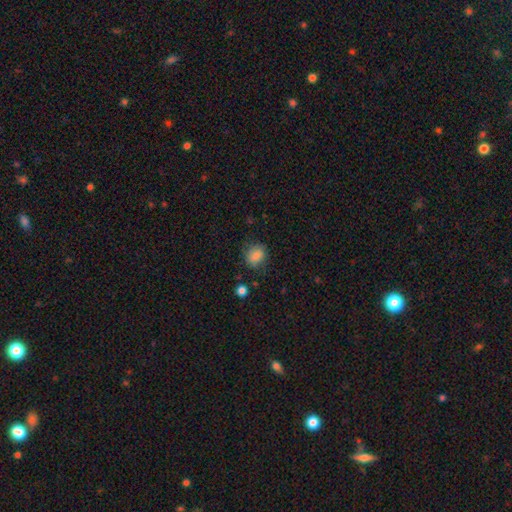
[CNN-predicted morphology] Q: Smooth or featured?
A: smooth (82%); runner-up: star or artifact (9%)
Q: How rounded?
A: in between (50%); runner-up: round (49%)
Q: Merging?
A: none (73%); runner-up: minor disturbance (19%)